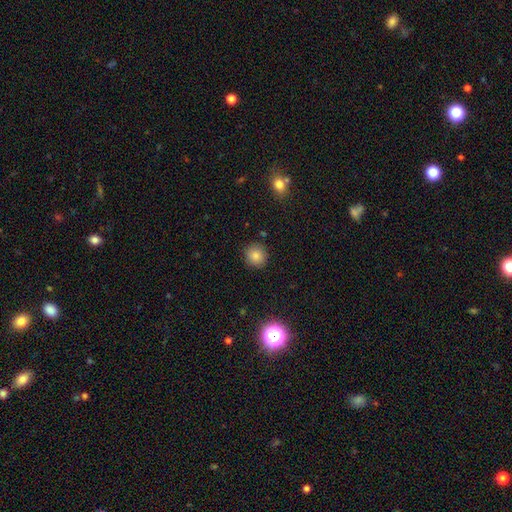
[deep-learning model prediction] Q: Smooth or featured?
A: smooth (81%); runner-up: star or artifact (12%)
Q: How rounded?
A: round (91%); runner-up: in between (8%)
Q: Merging?
A: none (88%); runner-up: minor disturbance (8%)